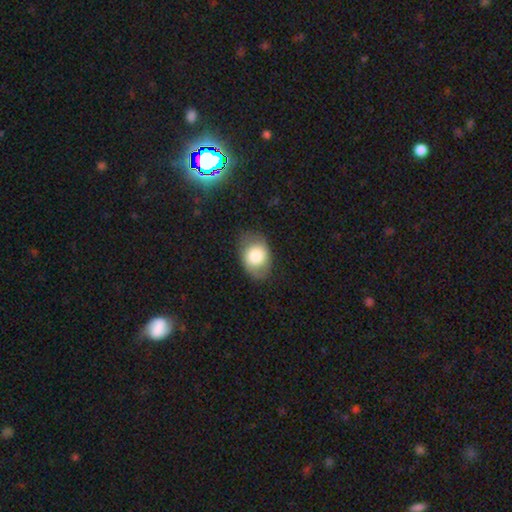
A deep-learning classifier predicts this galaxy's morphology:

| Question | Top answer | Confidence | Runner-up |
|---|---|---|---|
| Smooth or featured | smooth | 74% | featured or disk (18%) |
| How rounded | in between | 74% | round (25%) |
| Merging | none | 72% | minor disturbance (20%) |